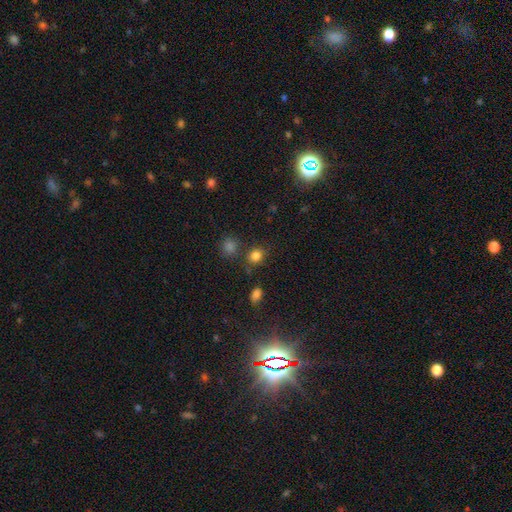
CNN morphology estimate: smooth 81%, star or artifact 13%, featured or disk 5%. Down the decision tree: how rounded — round (66%); merging — none (74%).